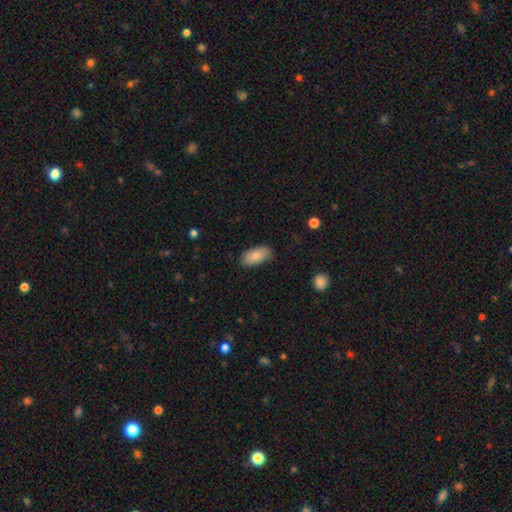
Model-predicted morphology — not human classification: This appears to be a smooth galaxy with no disk features (83%) that is in between round and cigar-shaped (92%). Merging: none (84%).